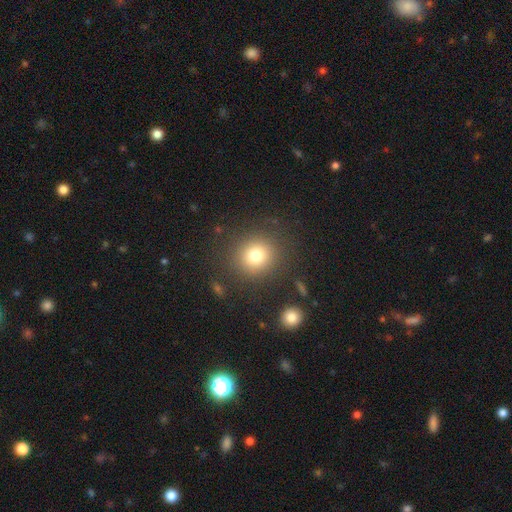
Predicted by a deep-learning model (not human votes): This is likely a smooth galaxy (77%). How rounded: clearly round (88%). Merging: clearly none (85%).